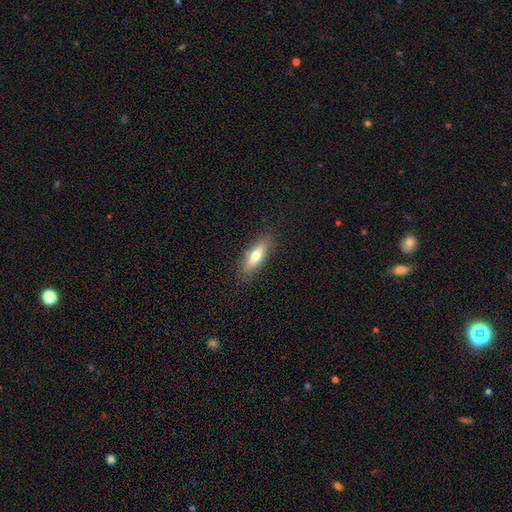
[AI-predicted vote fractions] Morphology: type=smooth (62%); roundness=cigar-shaped (53%); merging=none (87%).